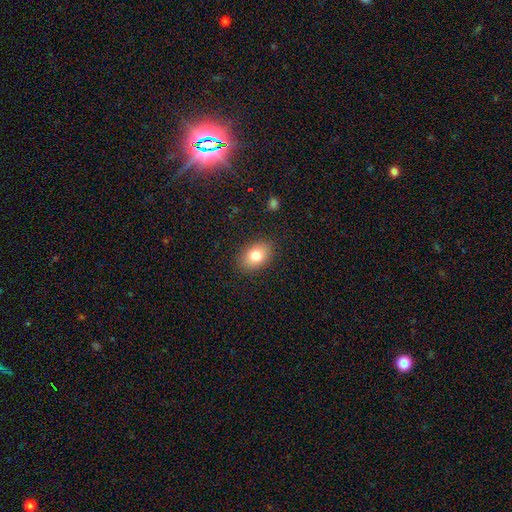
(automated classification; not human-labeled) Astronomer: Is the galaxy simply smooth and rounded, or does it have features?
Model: smooth — 80%.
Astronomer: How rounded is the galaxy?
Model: in between — 82%.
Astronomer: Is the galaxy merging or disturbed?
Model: none — 87%.